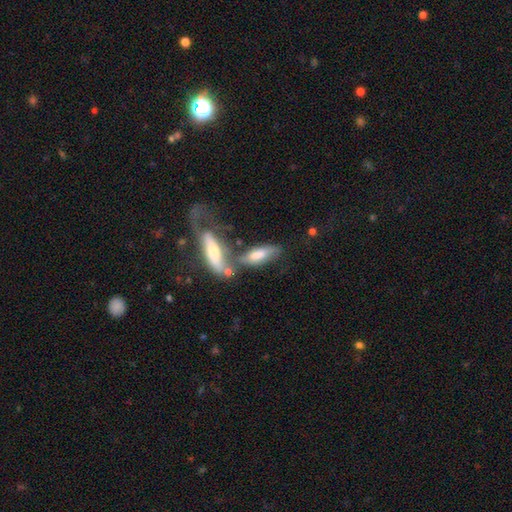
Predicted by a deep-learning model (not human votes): Overall: smooth (56%; featured or disk 35%). How rounded: in between (54%; cigar-shaped 44%). Merging: merger (52%; none 25%).